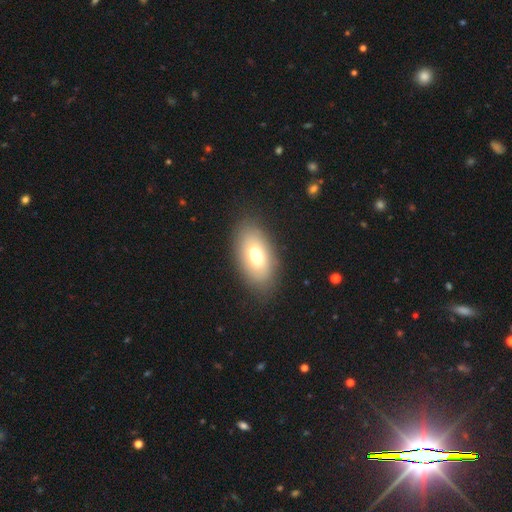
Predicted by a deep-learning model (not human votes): Smooth or featured: smooth — 71% (featured or disk — 21%)
How rounded: in between — 91% (round — 5%)
Merging: none — 84% (minor disturbance — 11%)